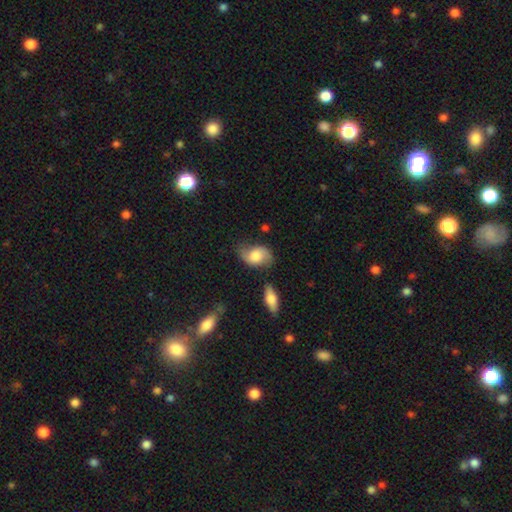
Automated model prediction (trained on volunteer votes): Smooth or featured? Predicted: smooth (p=0.57). How rounded? Predicted: in between (p=0.82). Merging? Predicted: none (p=0.58).